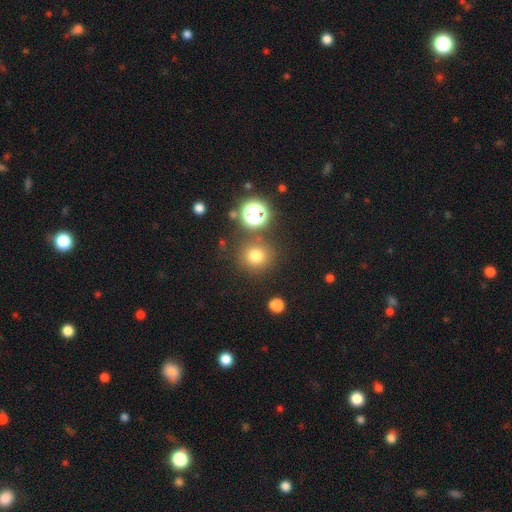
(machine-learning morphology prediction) type=smooth (74%); roundness=round (92%); merging=none (83%).